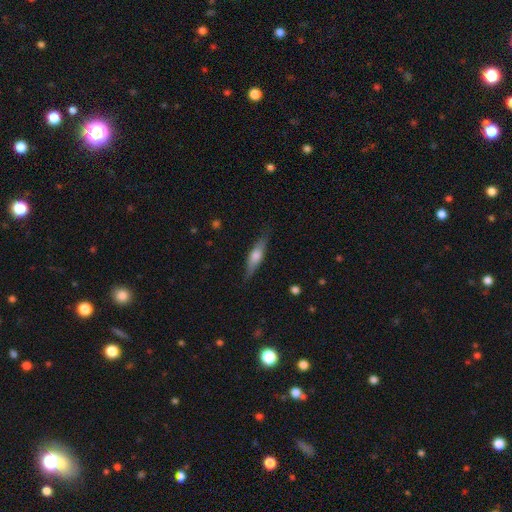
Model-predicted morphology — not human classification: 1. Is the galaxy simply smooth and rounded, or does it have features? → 48% smooth, 47% featured or disk, 6% star or artifact.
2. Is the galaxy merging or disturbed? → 84% none, 12% minor disturbance, 3% major disturbance, 1% merger.